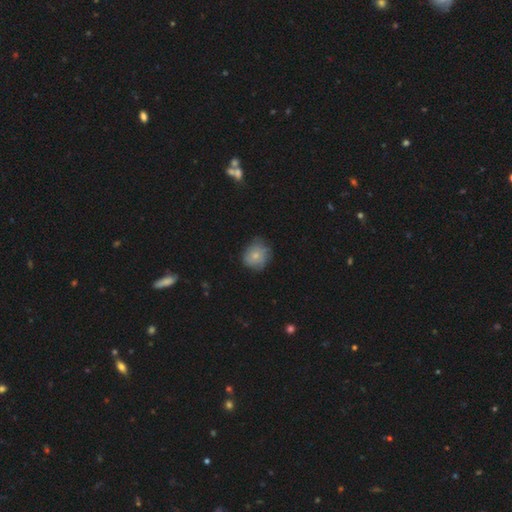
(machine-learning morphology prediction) Smooth or featured?
  - smooth: 72% *
  - featured or disk: 20%
  - star or artifact: 8%
How rounded?
  - round: 74% *
  - in between: 25%
  - cigar-shaped: 1%
Merging?
  - none: 63% *
  - minor disturbance: 29%
  - major disturbance: 7%
  - merger: 1%